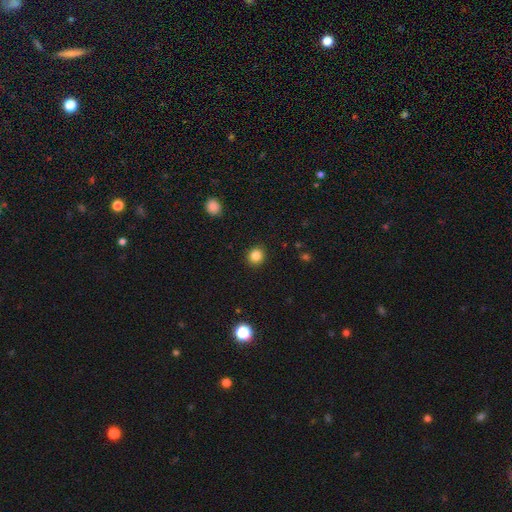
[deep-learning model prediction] Morphology: type=smooth (85%); roundness=round (84%); merging=none (91%).